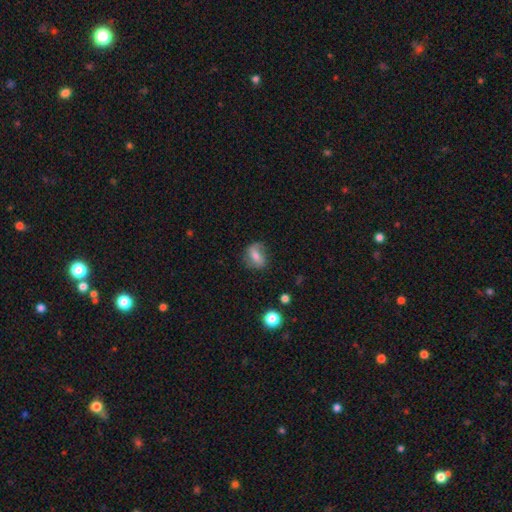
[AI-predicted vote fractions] Morphology: type=smooth (56%); roundness=in between (65%); merging=none (66%).